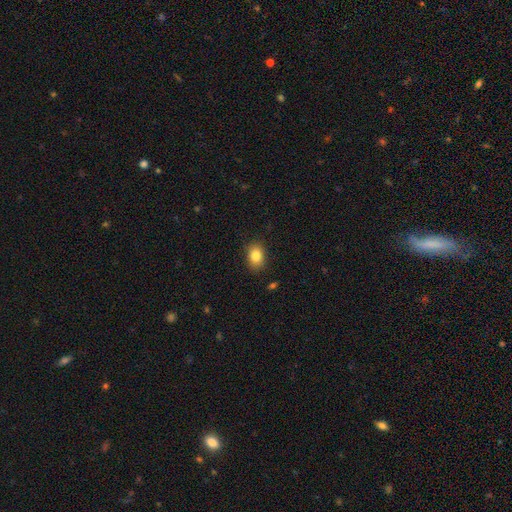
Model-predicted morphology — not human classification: This appears to be a smooth galaxy with no disk features (84%) that is in between round and cigar-shaped (69%). Merging: none (87%).